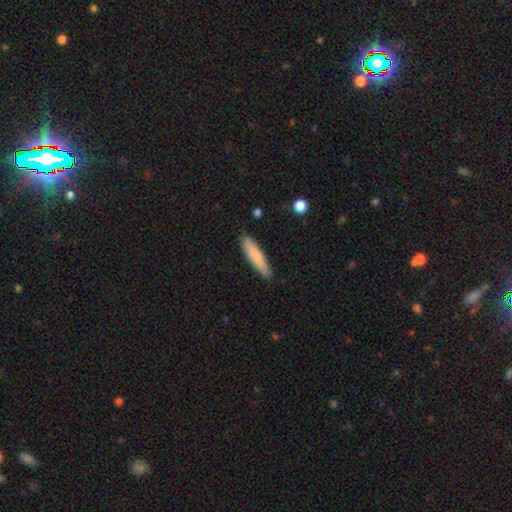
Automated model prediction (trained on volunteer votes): A smooth galaxy with no disk features (78%) that is cigar-shaped (79%). Merging: none (87%).